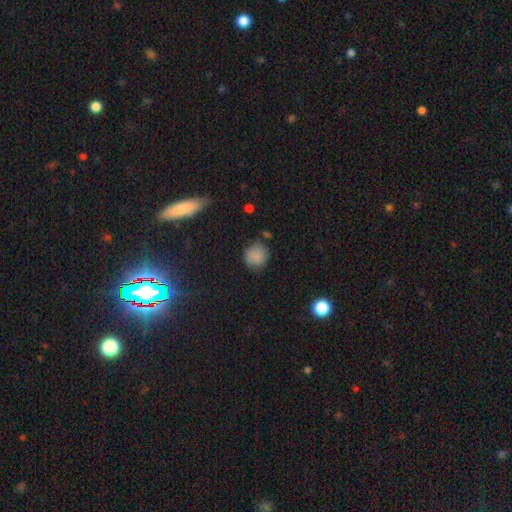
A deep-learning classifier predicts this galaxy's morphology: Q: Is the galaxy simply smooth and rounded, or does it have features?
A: smooth — 80%.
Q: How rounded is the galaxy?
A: round — 85%.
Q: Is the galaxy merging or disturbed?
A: none — 72%.